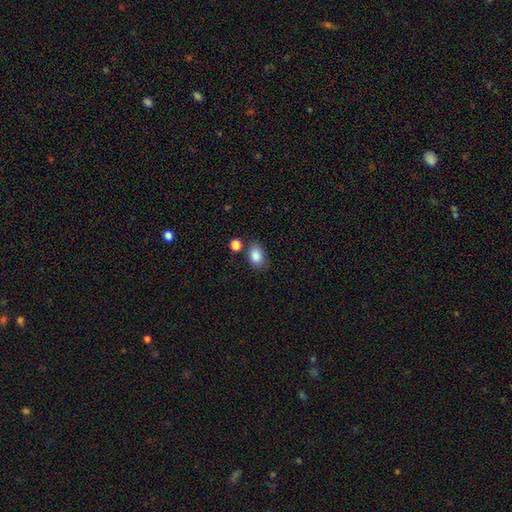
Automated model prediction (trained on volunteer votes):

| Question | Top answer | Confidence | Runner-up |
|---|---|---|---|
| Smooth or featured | smooth | 86% | star or artifact (8%) |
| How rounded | in between | 79% | round (20%) |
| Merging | none | 71% | minor disturbance (16%) |